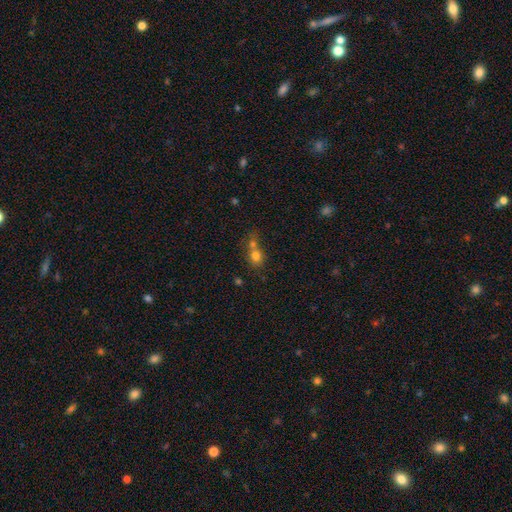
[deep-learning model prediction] This appears to be a smooth galaxy with no disk features (74%) that is round (65%). Merging: merger (59%).